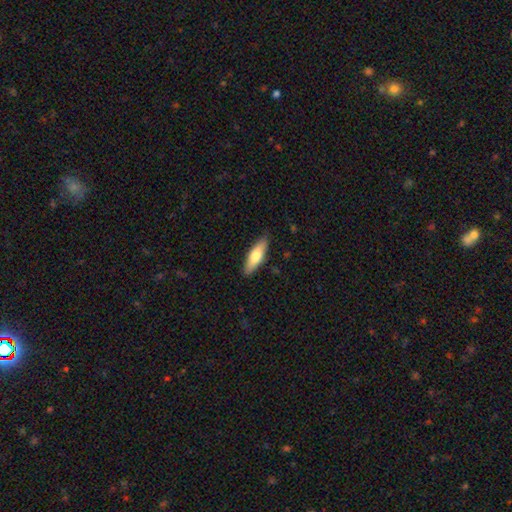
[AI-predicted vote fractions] This appears to be a smooth galaxy with no disk features (66%) that is cigar-shaped (53%). Merging: none (88%).